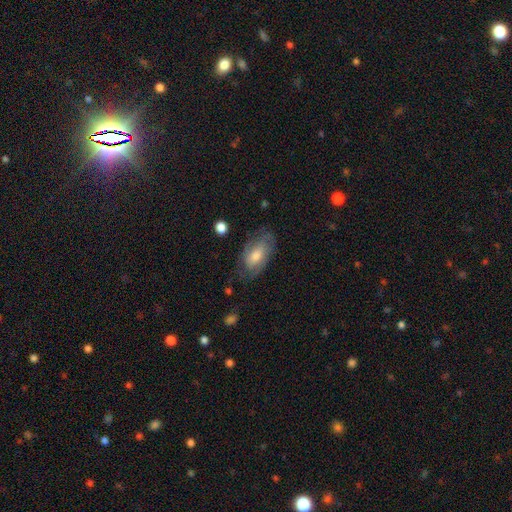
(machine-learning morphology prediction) smooth_or_featured: featured or disk (p=0.49) [alt: smooth p=0.44]
merging: none (p=0.67) [alt: minor disturbance p=0.22]